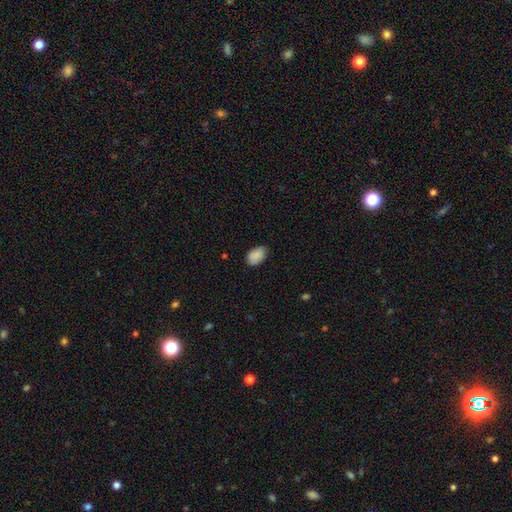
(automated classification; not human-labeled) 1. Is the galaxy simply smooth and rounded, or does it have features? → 89% smooth, 7% star or artifact, 4% featured or disk.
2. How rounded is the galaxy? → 89% in between, 10% round, 1% cigar-shaped.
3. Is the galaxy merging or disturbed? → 78% none, 18% minor disturbance, 3% major disturbance, 1% merger.